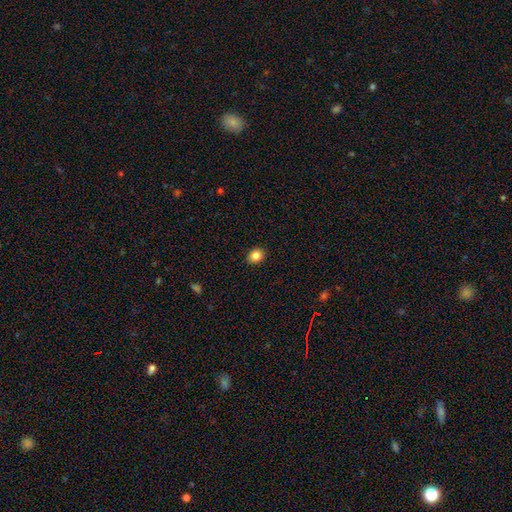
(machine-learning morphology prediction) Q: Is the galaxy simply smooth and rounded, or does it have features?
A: smooth — 85%.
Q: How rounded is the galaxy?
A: round — 59%.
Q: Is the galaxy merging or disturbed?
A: none — 91%.